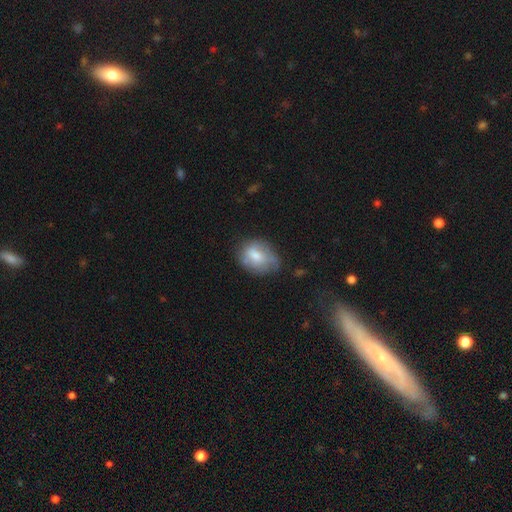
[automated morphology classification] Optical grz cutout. It shows a smooth galaxy with no disk features (63%) that is in between round and cigar-shaped (64%). Merging: none (50%).